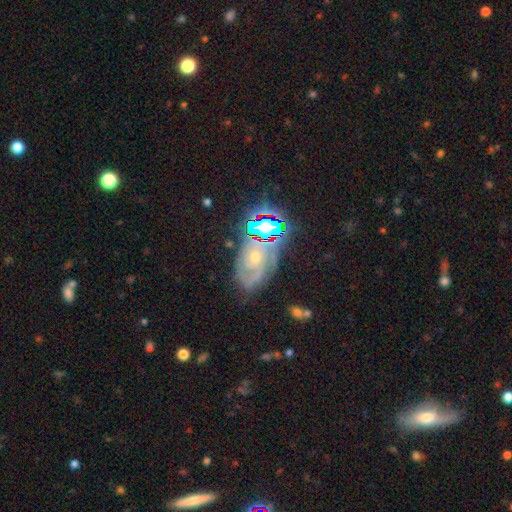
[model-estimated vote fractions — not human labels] Smooth or featured? Predicted: featured or disk (p=0.67). Edge-on disk? Predicted: no (p=0.96). Bar? Predicted: no (p=0.73). Spiral arms? Predicted: yes (p=0.94). Spiral winding? Predicted: tight (p=0.63). Spiral arm count? Predicted: 2 (p=0.35). Bulge size? Predicted: small (p=0.61). Merging? Predicted: none (p=0.67).